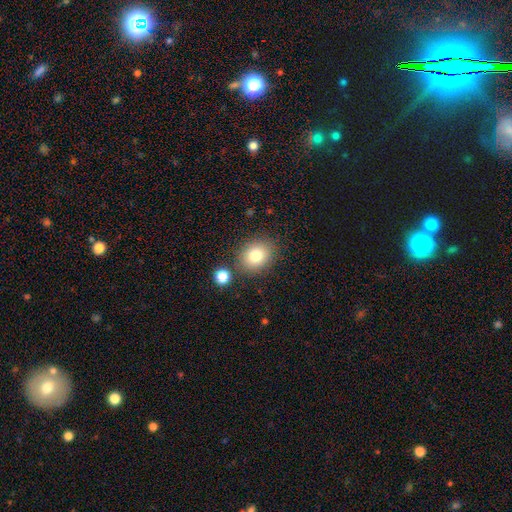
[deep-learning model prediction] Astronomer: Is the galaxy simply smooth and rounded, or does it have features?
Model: smooth — 81%.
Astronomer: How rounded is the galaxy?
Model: round — 56% (runner-up: in between, 43%).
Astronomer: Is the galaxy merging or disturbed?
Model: none — 80%.